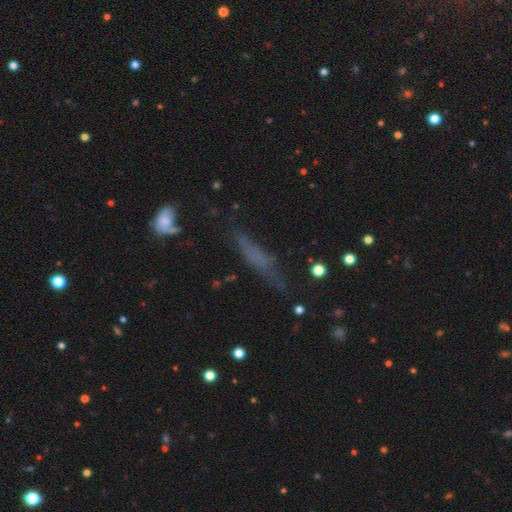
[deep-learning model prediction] Q: Smooth or featured?
A: smooth (51%); runner-up: featured or disk (32%)
Q: How rounded?
A: cigar-shaped (79%); runner-up: in between (17%)
Q: Merging?
A: none (61%); runner-up: minor disturbance (23%)